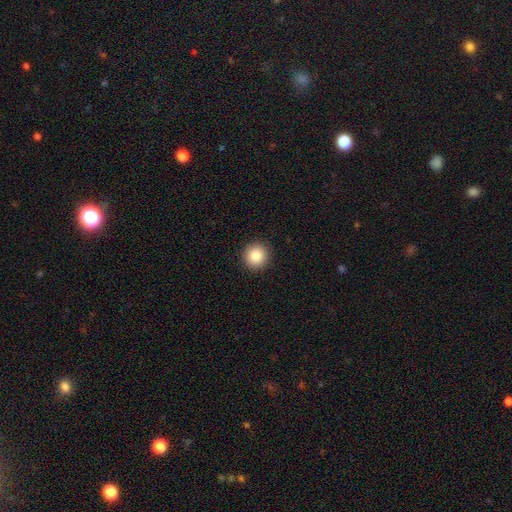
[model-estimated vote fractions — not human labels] This appears to be a smooth galaxy with no disk features (86%) that is round (94%). Merging: none (93%).